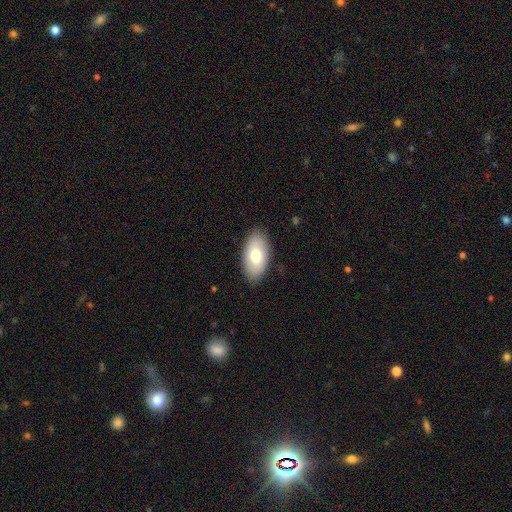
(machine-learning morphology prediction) smooth-or-featured: smooth: 71% | featured or disk: 23% | star or artifact: 6%
  how-rounded: in between: 94% | round: 3% | cigar-shaped: 2%
  merging: none: 86% | minor disturbance: 11% | major disturbance: 2% | merger: 1%